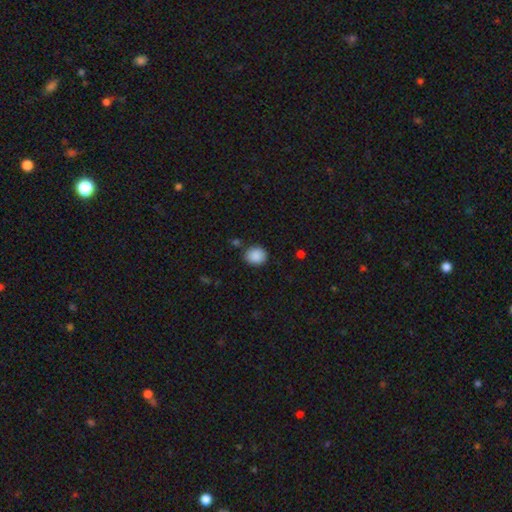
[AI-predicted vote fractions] smooth-or-featured: smooth: 88% | star or artifact: 8% | featured or disk: 4%
  how-rounded: round: 71% | in between: 29% | cigar-shaped: 1%
  merging: none: 82% | minor disturbance: 12% | merger: 3% | major disturbance: 3%